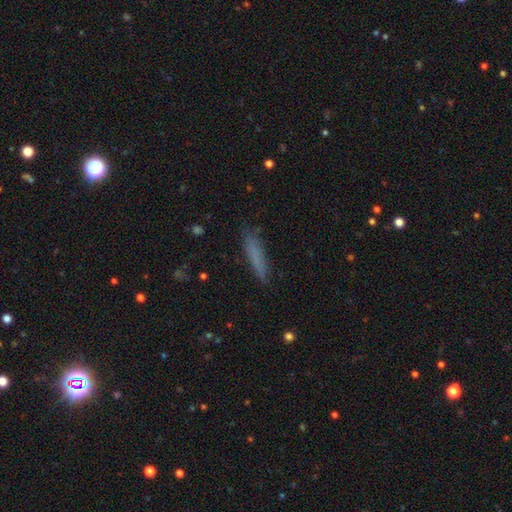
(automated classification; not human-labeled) Morphology: type=smooth (75%); roundness=cigar-shaped (87%); merging=none (81%).